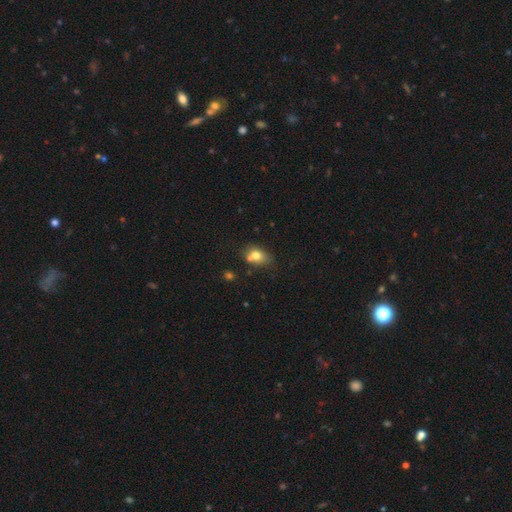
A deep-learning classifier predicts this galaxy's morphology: A smooth galaxy with no disk features (74%) that is in between round and cigar-shaped (62%). Merging: none (51%).